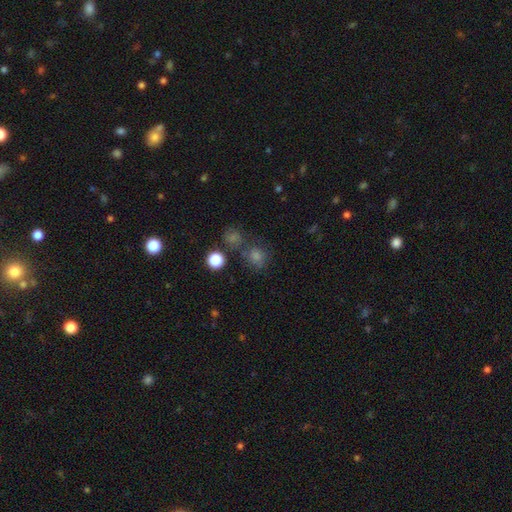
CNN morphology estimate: smooth_or_featured: smooth (p=0.55) [alt: star or artifact p=0.35]
how_rounded: round (p=0.85) [alt: in between p=0.13]
merging: none (p=0.69) [alt: merger p=0.16]